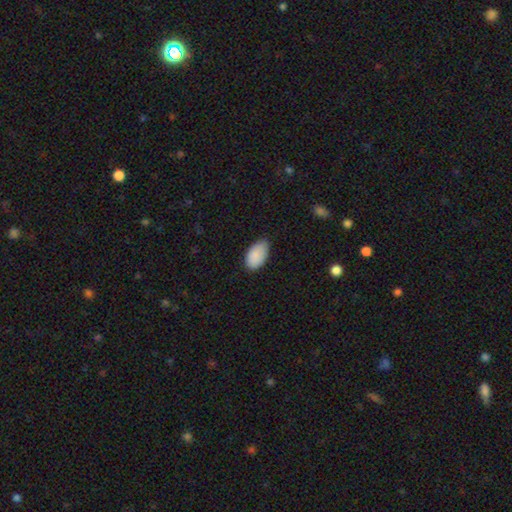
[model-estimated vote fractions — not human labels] The model was most divided on "merging": none: 64%, minor disturbance: 32%, major disturbance: 4%, merger: 1%. More confident: how rounded — in between (95%); smooth or featured — smooth (89%).